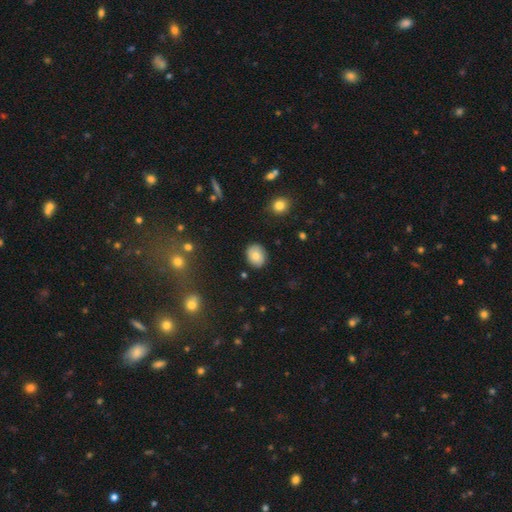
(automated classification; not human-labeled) smooth_or_featured: smooth (p=0.79) [alt: featured or disk p=0.11]
how_rounded: in between (p=0.53) [alt: round p=0.46]
merging: none (p=0.86) [alt: minor disturbance p=0.10]